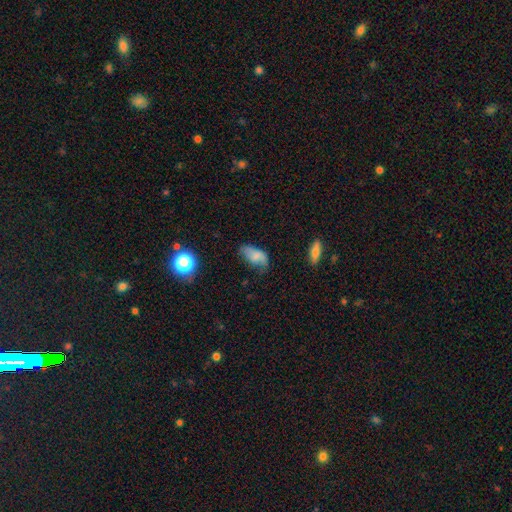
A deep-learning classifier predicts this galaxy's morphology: Smooth or featured: smooth — 71% (featured or disk — 19%)
How rounded: in between — 91% (cigar-shaped — 5%)
Merging: none — 42% (minor disturbance — 37%)